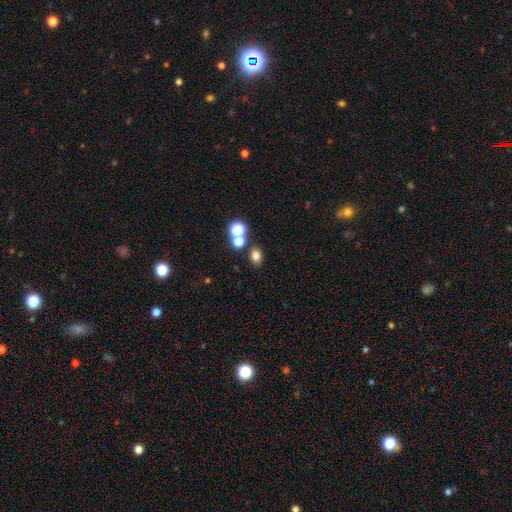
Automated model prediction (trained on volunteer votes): Morphology: type=smooth (76%); roundness=in between (54%); merging=none (73%).